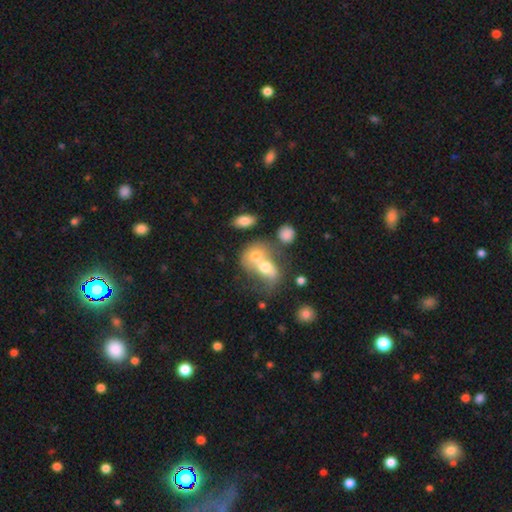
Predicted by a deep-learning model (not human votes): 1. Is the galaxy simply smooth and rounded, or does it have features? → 57% smooth, 33% featured or disk, 10% star or artifact.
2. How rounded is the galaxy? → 64% in between, 34% round, 2% cigar-shaped.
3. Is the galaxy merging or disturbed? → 72% merger, 14% none, 7% minor disturbance, 7% major disturbance.